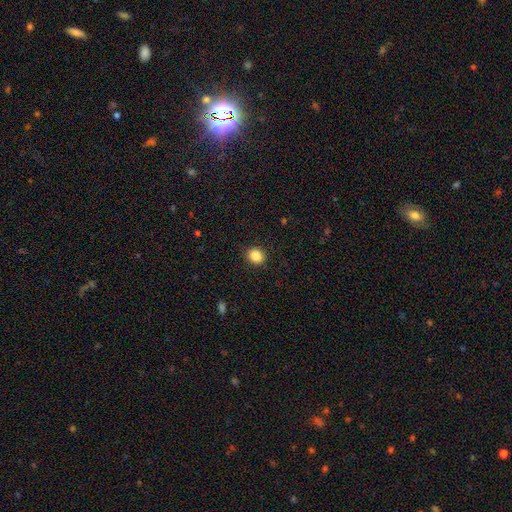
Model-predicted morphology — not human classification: A smooth galaxy with no disk features (86%) that is round (75%).

Vote fractions:
- Smooth or featured? smooth: 86% / star or artifact: 10% / featured or disk: 4%
- How rounded? round: 75% / in between: 24% / cigar-shaped: 1%
- Merging? none: 90% / minor disturbance: 6% / major disturbance: 2% / merger: 1%